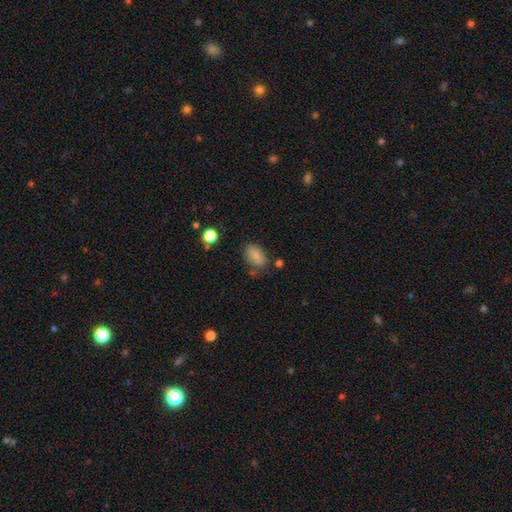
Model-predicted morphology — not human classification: smooth 80%, featured or disk 10%, star or artifact 10%. Down the decision tree: how rounded — in between (85%); merging — none (65%).